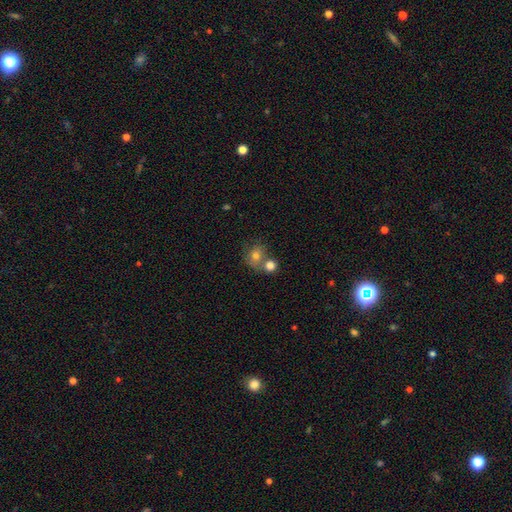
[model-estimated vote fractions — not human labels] smooth-or-featured: smooth: 74% | featured or disk: 15% | star or artifact: 12%
  how-rounded: round: 72% | in between: 27% | cigar-shaped: 1%
  merging: none: 43% | merger: 39% | minor disturbance: 12% | major disturbance: 6%